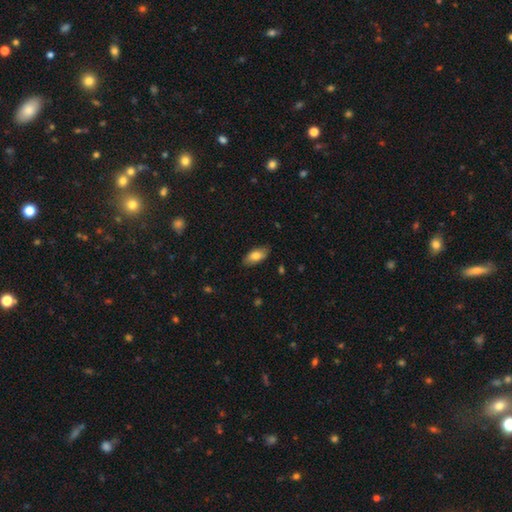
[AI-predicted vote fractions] Smooth or featured?
  - smooth: 78% *
  - featured or disk: 16%
  - star or artifact: 6%
How rounded?
  - in between: 89% *
  - cigar-shaped: 8%
  - round: 3%
Merging?
  - none: 84% *
  - minor disturbance: 13%
  - major disturbance: 2%
  - merger: 1%